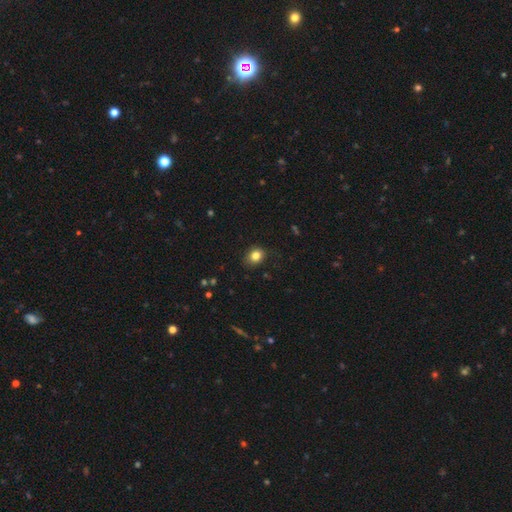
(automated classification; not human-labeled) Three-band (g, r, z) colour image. It shows a smooth galaxy with no disk features (82%) that is round (54%). Merging: none (82%).